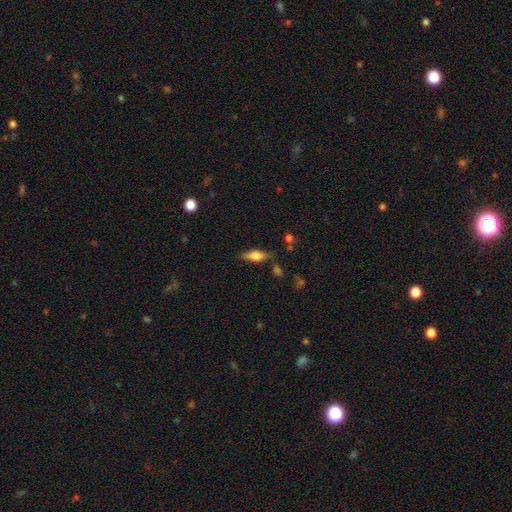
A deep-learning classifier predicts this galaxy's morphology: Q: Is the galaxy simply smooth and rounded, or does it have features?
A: smooth — 54%.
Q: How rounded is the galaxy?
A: in between — 65%.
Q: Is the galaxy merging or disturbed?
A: none — 78%.